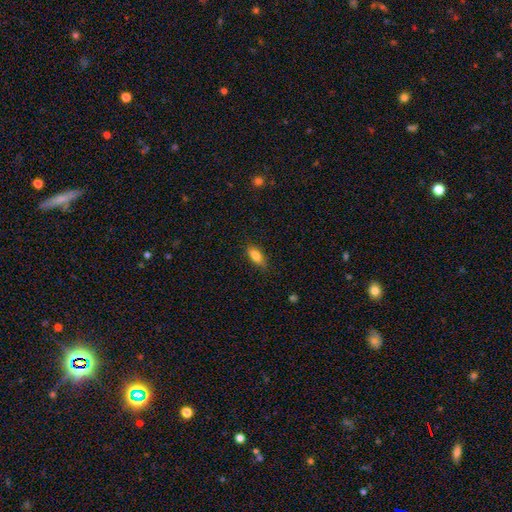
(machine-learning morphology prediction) The model was most divided on "how rounded": in between: 78%, cigar-shaped: 18%, round: 3%. More confident: smooth or featured — smooth (82%); merging — none (81%).